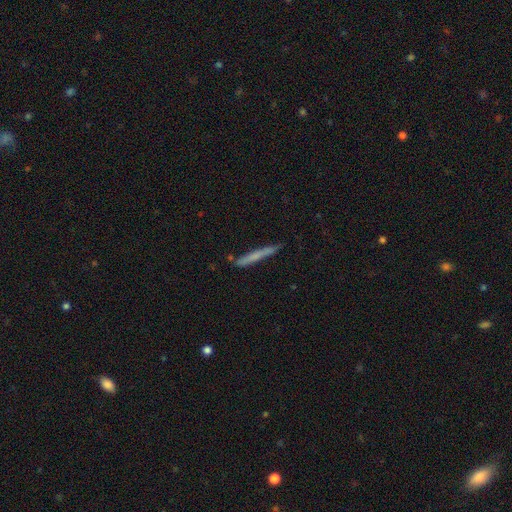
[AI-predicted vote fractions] A smooth galaxy with no disk features (61%) that is cigar-shaped (96%).

Vote fractions:
- Smooth or featured? smooth: 61% / featured or disk: 33% / star or artifact: 6%
- How rounded? cigar-shaped: 96% / in between: 2% / round: 1%
- Merging? none: 84% / minor disturbance: 12% / merger: 2% / major disturbance: 2%